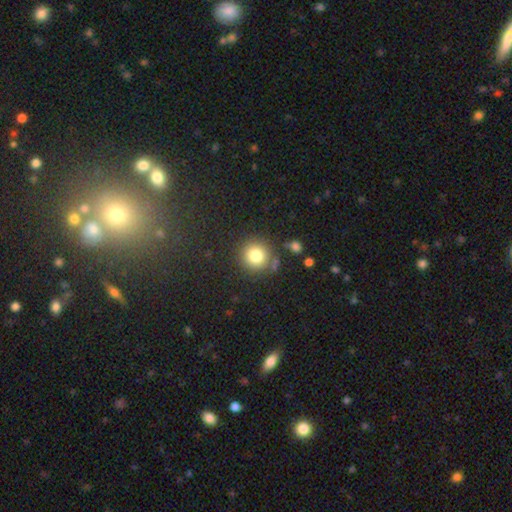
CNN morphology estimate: Smooth or featured? smooth (81%)
How rounded? round (92%)
Merging? none (82%)